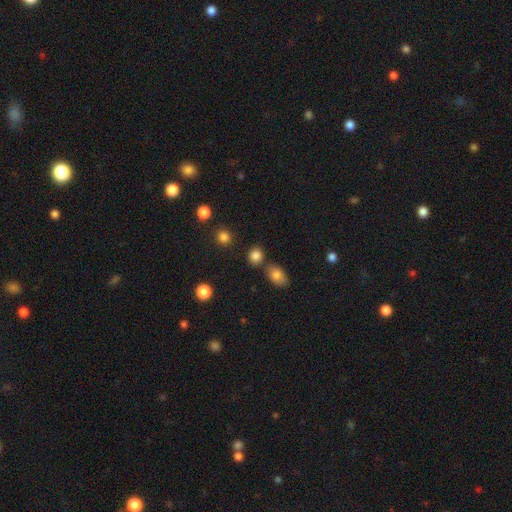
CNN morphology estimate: The model was most divided on "how rounded": round: 74%, in between: 25%, cigar-shaped: 1%. More confident: smooth or featured — smooth (84%); merging — none (73%).